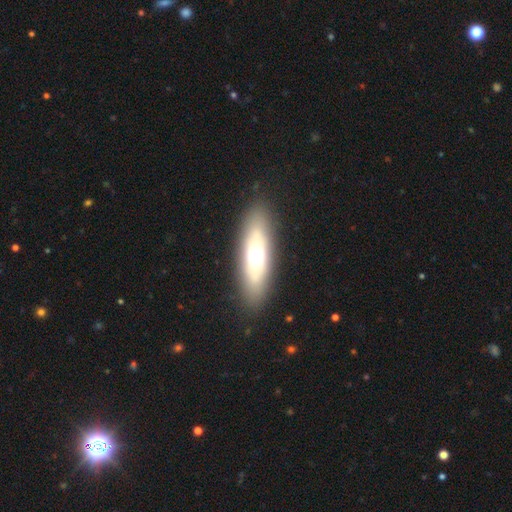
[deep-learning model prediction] This is possibly a smooth galaxy (53%). How rounded: possibly in between (52%). Merging: clearly none (87%).